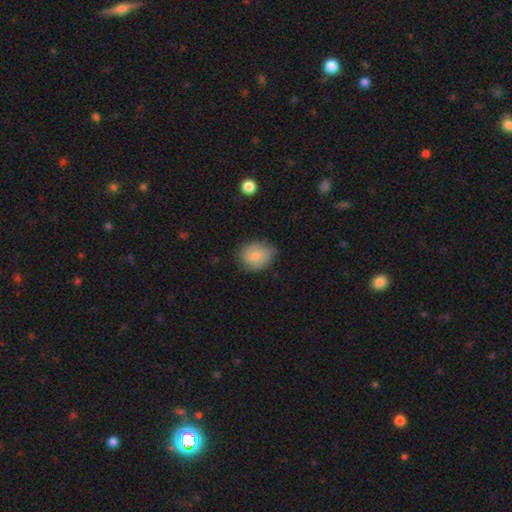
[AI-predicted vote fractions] This is likely a smooth galaxy (77%). How rounded: likely round (65%). Merging: likely none (61%).